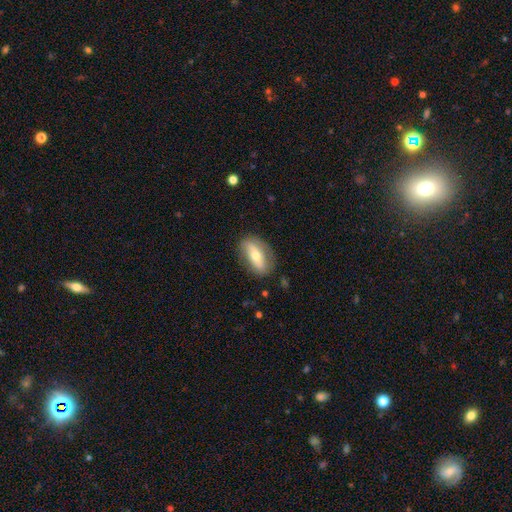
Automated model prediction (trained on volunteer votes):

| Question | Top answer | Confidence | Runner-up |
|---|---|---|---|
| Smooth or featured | smooth | 47% | tied: featured or disk (47%) |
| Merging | none | 81% | minor disturbance (14%) |